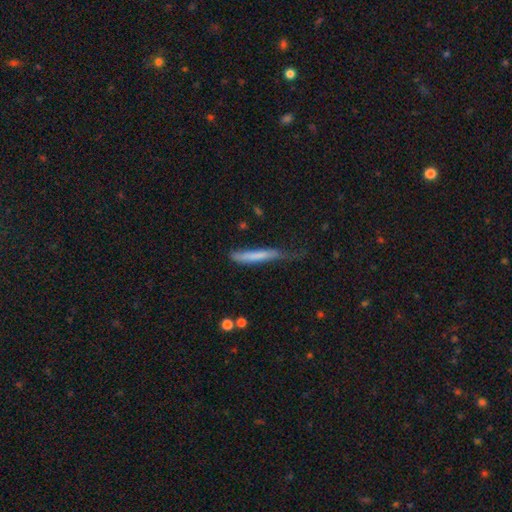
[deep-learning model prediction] Smooth or featured?
  - smooth: 68% *
  - featured or disk: 26%
  - star or artifact: 6%
How rounded?
  - cigar-shaped: 93% *
  - in between: 5%
  - round: 1%
Merging?
  - none: 39% *
  - minor disturbance: 36%
  - major disturbance: 21%
  - merger: 4%